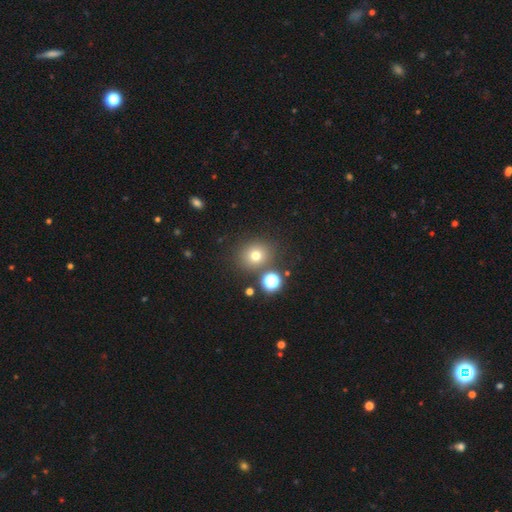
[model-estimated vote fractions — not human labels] Q: Smooth or featured?
A: smooth (72%); runner-up: star or artifact (19%)
Q: How rounded?
A: round (79%); runner-up: in between (20%)
Q: Merging?
A: none (79%); runner-up: minor disturbance (9%)